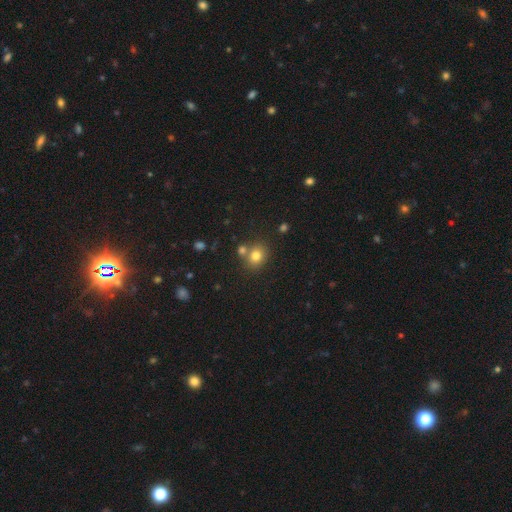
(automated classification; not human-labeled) Overall: smooth (79%). How rounded: round (70%). Merging: none (63%; merger 24%).